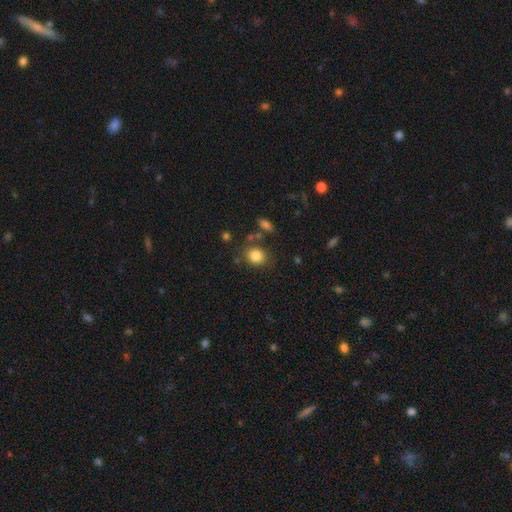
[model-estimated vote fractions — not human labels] A smooth galaxy with no disk features (84%) that is round (63%). Merging: none (76%).